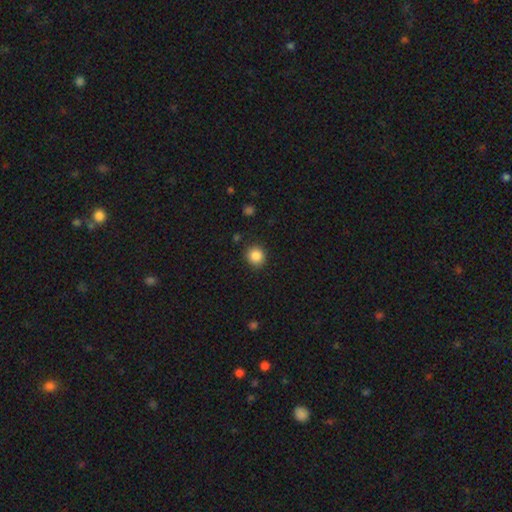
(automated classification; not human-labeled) Morphology: type=smooth (86%); roundness=round (89%); merging=none (89%).